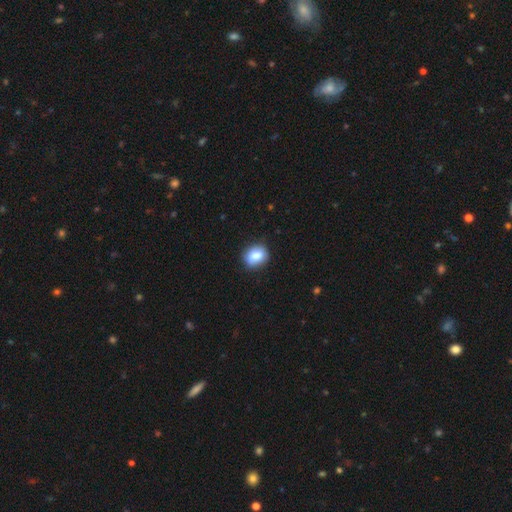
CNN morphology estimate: Smooth or featured? Predicted: smooth (p=0.81). How rounded? Predicted: in between (p=0.49, tied with round). Merging? Predicted: none (p=0.84).